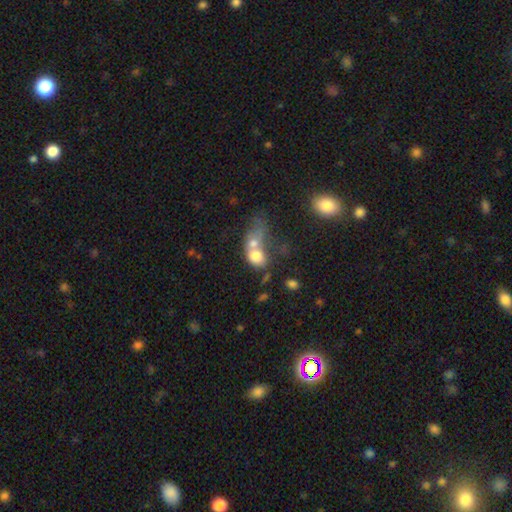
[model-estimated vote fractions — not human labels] A smooth galaxy with no disk features (69%) that is in between round and cigar-shaped (60%).

Vote fractions:
- Smooth or featured? smooth: 69% / featured or disk: 20% / star or artifact: 10%
- How rounded? in between: 60% / round: 37% / cigar-shaped: 3%
- Merging? merger: 73% / none: 12% / major disturbance: 9% / minor disturbance: 6%